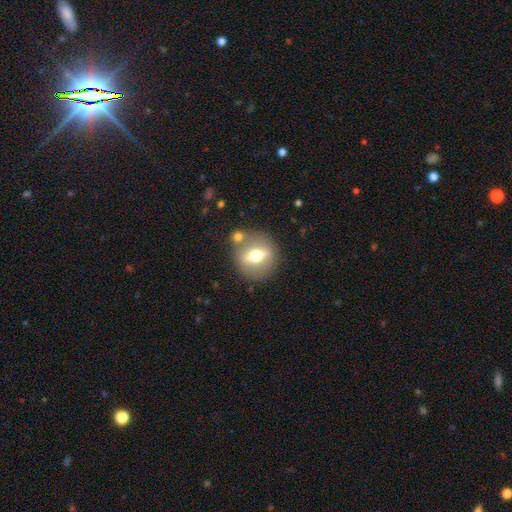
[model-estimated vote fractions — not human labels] featured or disk 54%, smooth 38%, star or artifact 8%. Down the decision tree: edge-on disk — no (56%); merging — none (75%).